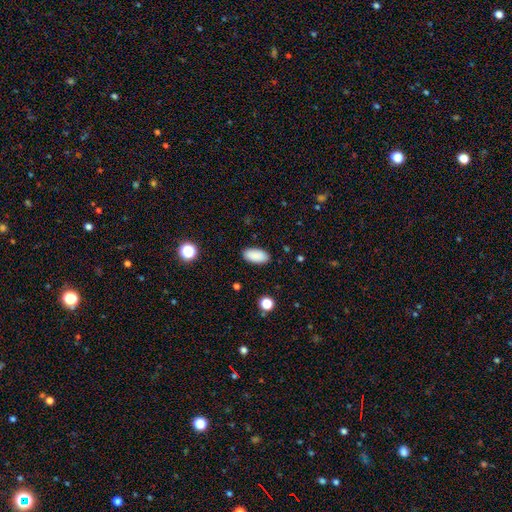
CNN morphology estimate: This appears to be a smooth galaxy with no disk features (89%) that is in between round and cigar-shaped (93%). Merging: none (89%).